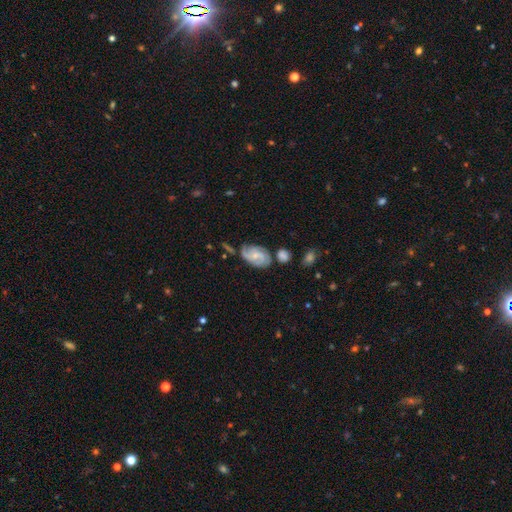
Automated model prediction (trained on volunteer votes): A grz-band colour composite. It shows a featured or disk galaxy (69%) with no bar (57%), 2 (43%) tight (43%) spiral arms (92%) and a small central bulge (58%). Merging: none (52%).